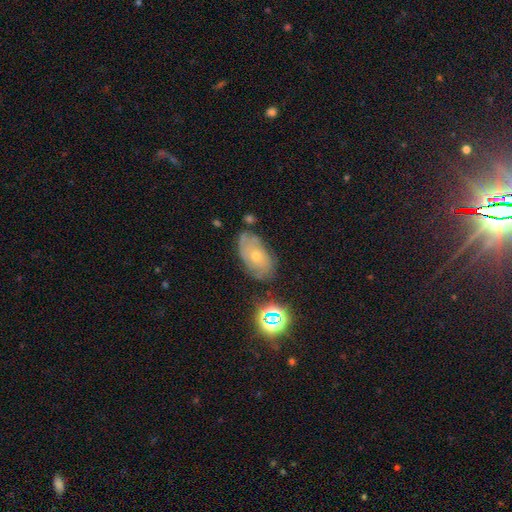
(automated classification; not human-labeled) smooth-or-featured: featured or disk: 51% | smooth: 34% | star or artifact: 15%
  disk-edge-on: no: 92% | yes: 8%
  merging: none: 65% | minor disturbance: 23% | major disturbance: 7% | merger: 5%